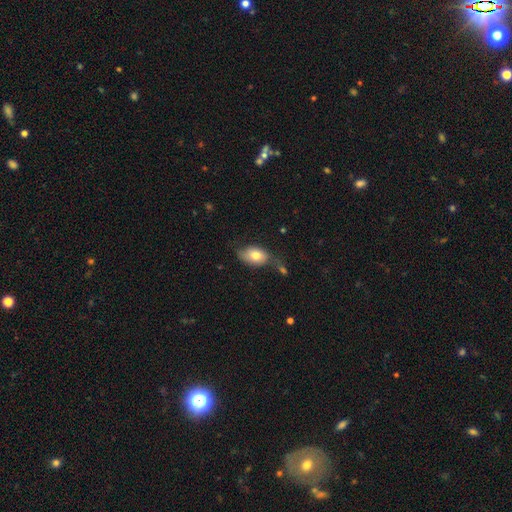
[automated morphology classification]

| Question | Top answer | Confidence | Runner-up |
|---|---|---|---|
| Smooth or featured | smooth | 75% | featured or disk (18%) |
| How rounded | in between | 88% | round (10%) |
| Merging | none | 50% | minor disturbance (27%) |